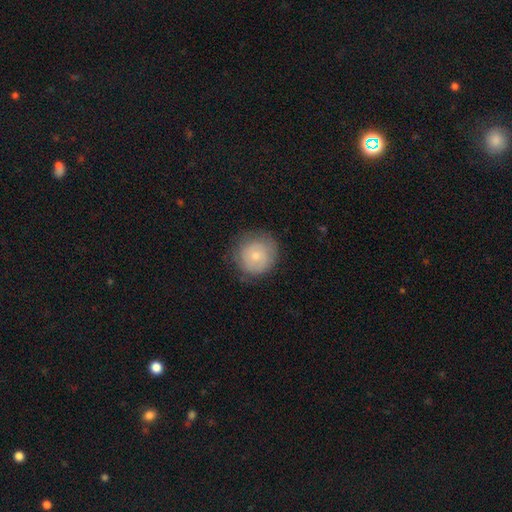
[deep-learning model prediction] Overall: smooth (67%). How rounded: round (91%). Merging: none (74%).